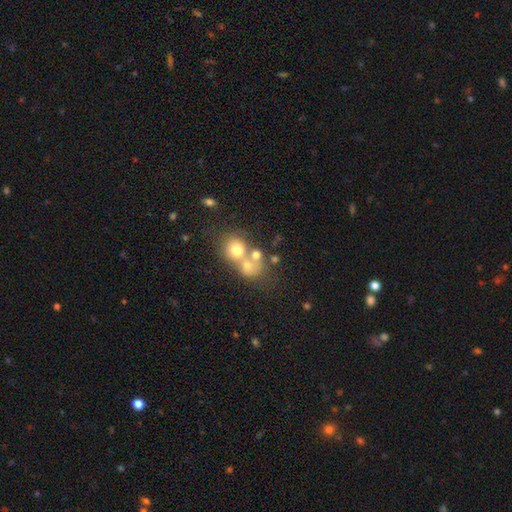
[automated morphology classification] Overall: smooth (61%; featured or disk 24%). How rounded: round (70%). Merging: merger (57%; none 29%).